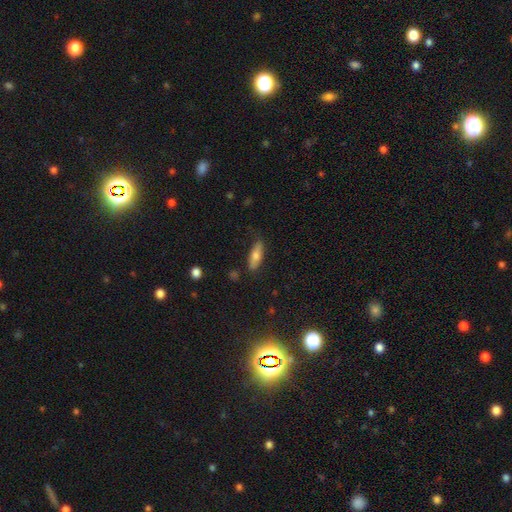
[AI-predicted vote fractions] Morphology: type=smooth (69%); roundness=in between (56%); merging=none (77%).